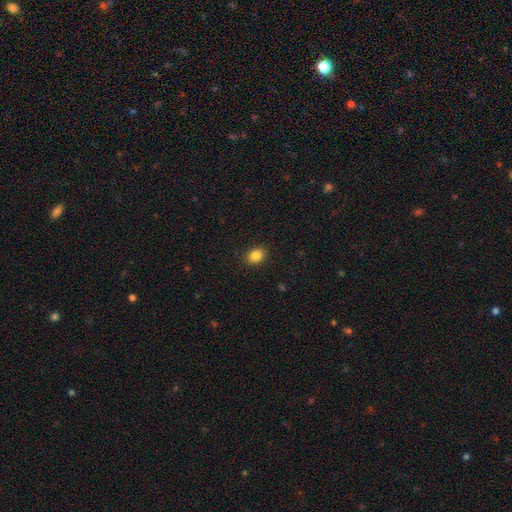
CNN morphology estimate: Q: Smooth or featured?
A: smooth (85%); runner-up: star or artifact (10%)
Q: How rounded?
A: round (51%); runner-up: in between (48%)
Q: Merging?
A: none (90%); runner-up: minor disturbance (7%)